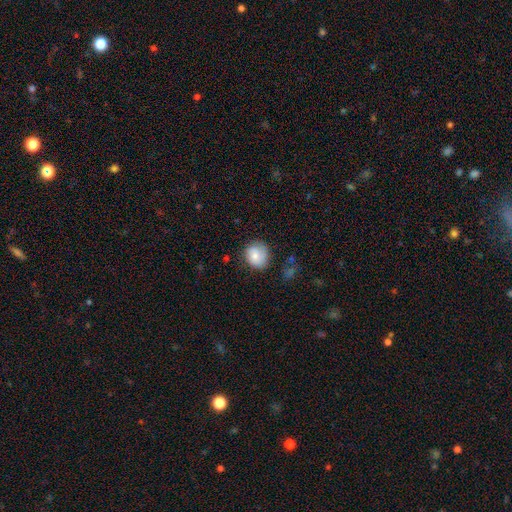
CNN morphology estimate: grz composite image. It shows a smooth galaxy with no disk features (64%) that is round (75%). Merging: none (71%).